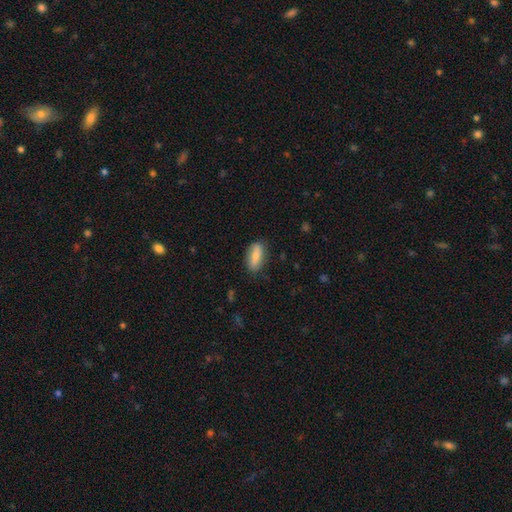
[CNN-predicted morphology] Smooth or featured: smooth — 80% (featured or disk — 14%)
How rounded: in between — 79% (cigar-shaped — 18%)
Merging: none — 82% (minor disturbance — 14%)